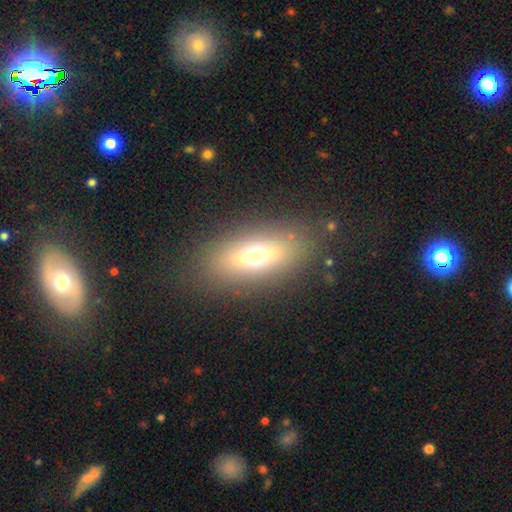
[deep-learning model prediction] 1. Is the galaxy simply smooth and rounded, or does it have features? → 60% smooth, 28% featured or disk, 13% star or artifact.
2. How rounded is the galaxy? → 74% in between, 19% cigar-shaped, 7% round.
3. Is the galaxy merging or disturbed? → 83% none, 10% minor disturbance, 5% major disturbance, 2% merger.